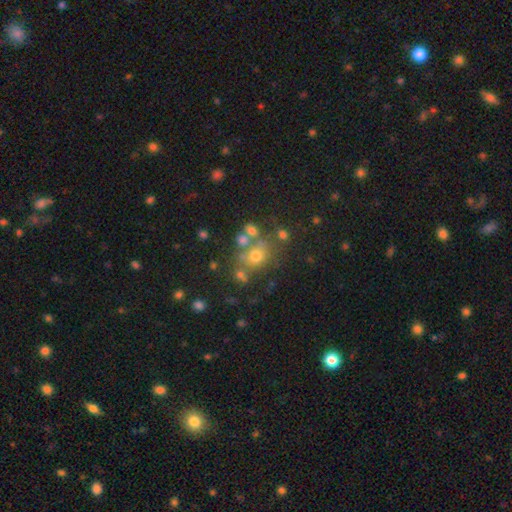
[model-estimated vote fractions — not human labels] Smooth or featured: smooth — 57% (star or artifact — 22%)
How rounded: round — 70% (in between — 28%)
Merging: none — 54% (merger — 25%)